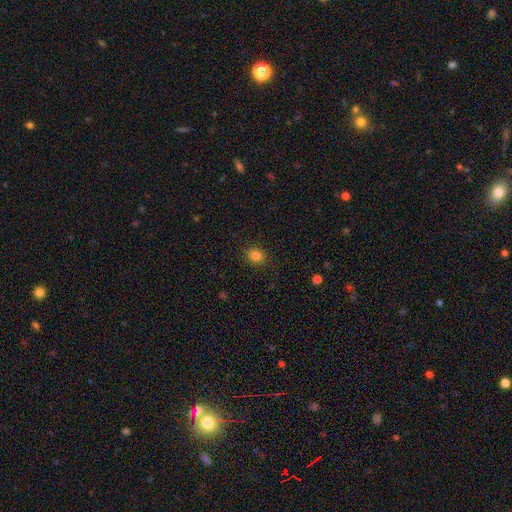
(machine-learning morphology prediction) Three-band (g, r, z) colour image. It shows a smooth galaxy with no disk features (84%) that is round (66%). Merging: none (89%).